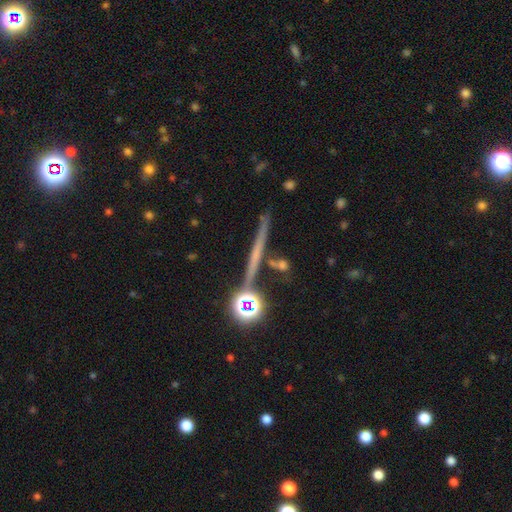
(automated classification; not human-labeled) Smooth or featured? Predicted: featured or disk (p=0.48). Merging? Predicted: none (p=0.82).